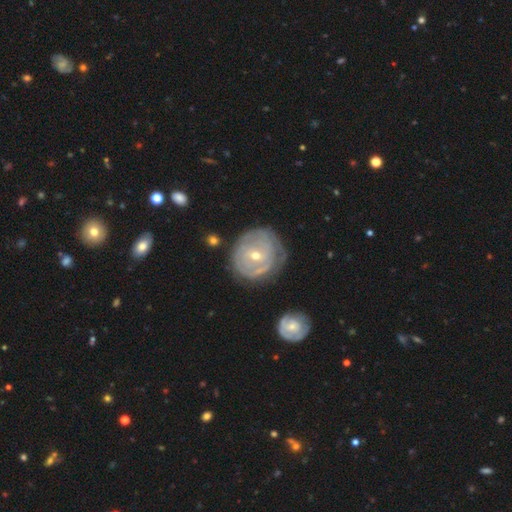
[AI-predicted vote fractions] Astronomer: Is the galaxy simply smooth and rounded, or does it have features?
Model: featured or disk — 75%.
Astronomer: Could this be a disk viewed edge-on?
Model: no — 97%.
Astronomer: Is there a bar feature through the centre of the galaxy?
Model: no — 56% (runner-up: weak, 34%).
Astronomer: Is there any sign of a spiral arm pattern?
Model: yes — 78%.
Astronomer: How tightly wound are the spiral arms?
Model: tight — 77%.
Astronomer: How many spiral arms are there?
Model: can't tell — 51%.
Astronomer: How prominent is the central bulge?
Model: small — 56% (runner-up: moderate, 41%).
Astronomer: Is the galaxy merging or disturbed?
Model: none — 66%.